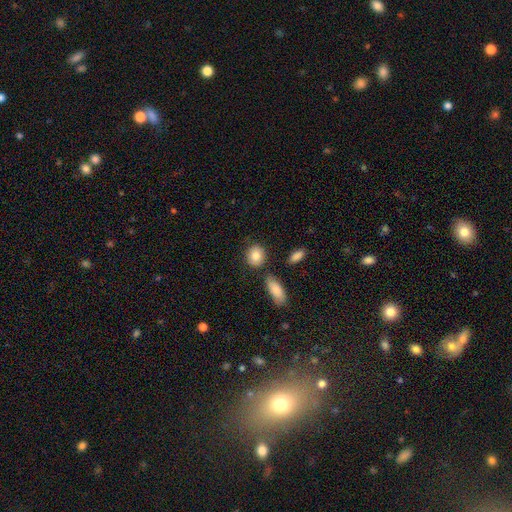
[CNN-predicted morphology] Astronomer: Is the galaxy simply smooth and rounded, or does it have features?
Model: smooth — 83%.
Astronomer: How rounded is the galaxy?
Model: round — 59% (runner-up: in between, 39%).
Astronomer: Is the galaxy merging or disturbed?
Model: none — 78%.